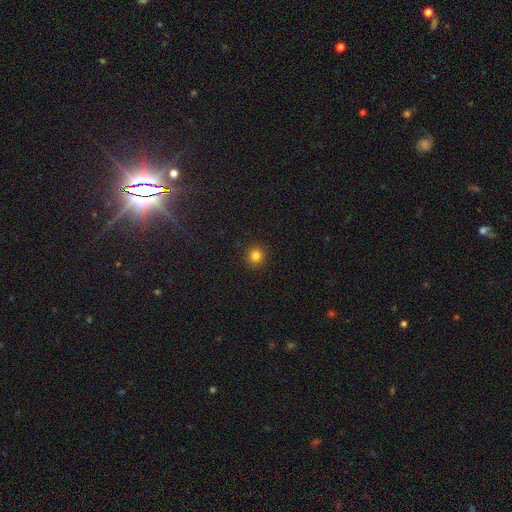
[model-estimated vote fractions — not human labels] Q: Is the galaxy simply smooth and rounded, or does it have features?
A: smooth — 83%.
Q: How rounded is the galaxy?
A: round — 94%.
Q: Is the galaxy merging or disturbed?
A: none — 92%.